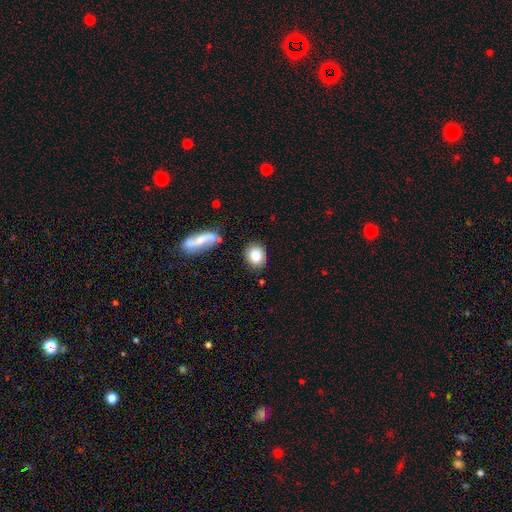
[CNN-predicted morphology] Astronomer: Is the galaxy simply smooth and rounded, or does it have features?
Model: smooth — 79%.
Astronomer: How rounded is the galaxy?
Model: round — 70%.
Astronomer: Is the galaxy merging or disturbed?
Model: none — 81%.